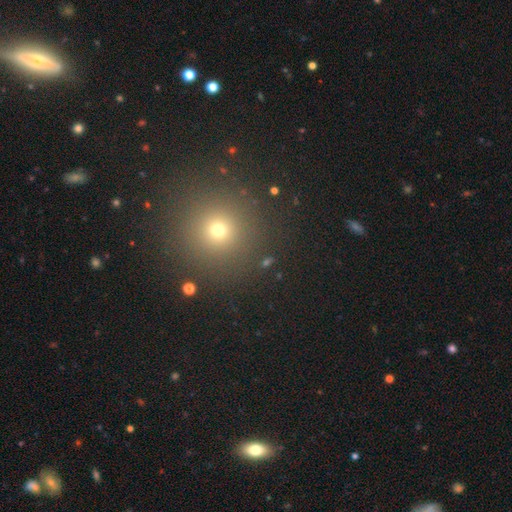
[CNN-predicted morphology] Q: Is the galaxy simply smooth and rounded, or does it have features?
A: smooth — 61%.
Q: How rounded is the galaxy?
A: round — 95%.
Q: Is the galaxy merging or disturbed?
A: none — 91%.